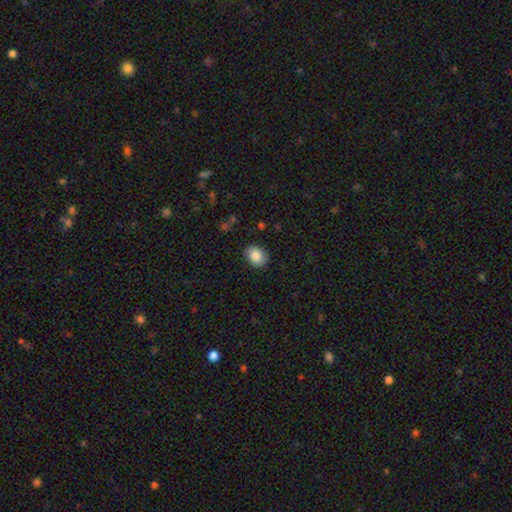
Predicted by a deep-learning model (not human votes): A smooth galaxy with no disk features (87%) that is in between round and cigar-shaped (54%). Merging: none (86%).